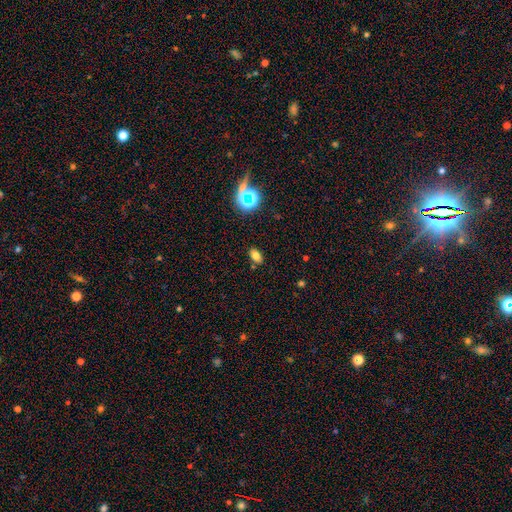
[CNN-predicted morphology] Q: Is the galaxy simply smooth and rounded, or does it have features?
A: smooth — 73%.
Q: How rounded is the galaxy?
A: in between — 86%.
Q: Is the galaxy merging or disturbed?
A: none — 84%.